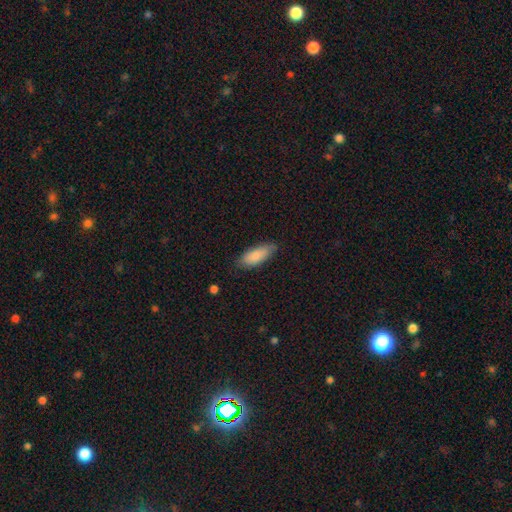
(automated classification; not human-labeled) The model was most divided on "merging": none: 77%, minor disturbance: 19%, major disturbance: 3%, merger: 1%. More confident: smooth or featured — smooth (84%); how rounded — in between (79%).